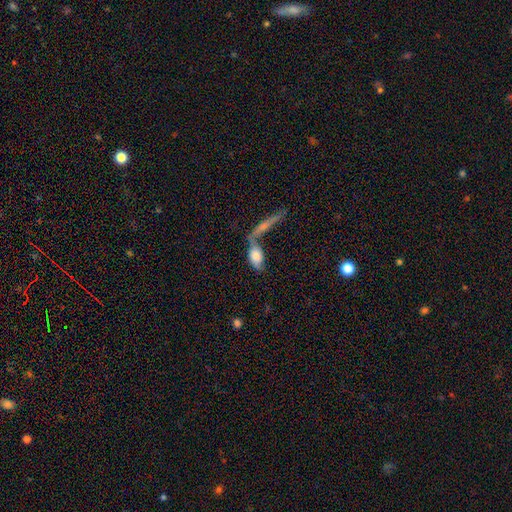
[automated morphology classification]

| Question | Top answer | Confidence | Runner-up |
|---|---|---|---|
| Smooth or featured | smooth | 74% | featured or disk (19%) |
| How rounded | in between | 85% | cigar-shaped (10%) |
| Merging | merger | 47% | none (31%) |